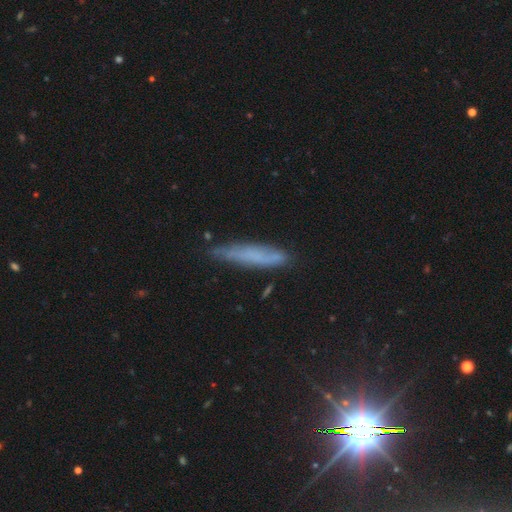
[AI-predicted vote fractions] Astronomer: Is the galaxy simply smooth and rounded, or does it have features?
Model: smooth — 53% (runner-up: featured or disk, 33%).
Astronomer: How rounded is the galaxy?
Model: cigar-shaped — 88%.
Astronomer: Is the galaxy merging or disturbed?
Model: none — 73%.